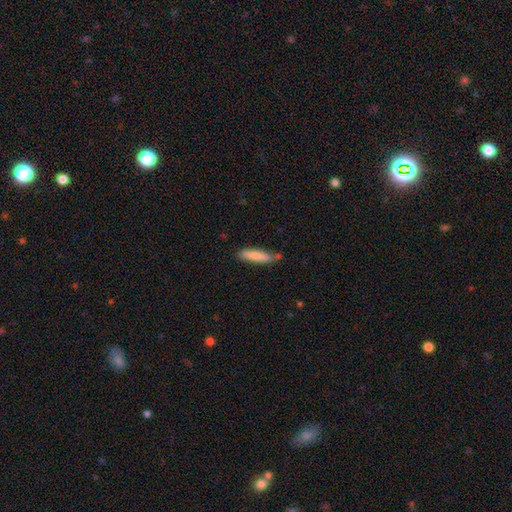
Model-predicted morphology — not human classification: Smooth or featured: smooth — 78% (featured or disk — 16%)
How rounded: cigar-shaped — 80% (in between — 19%)
Merging: none — 71% (minor disturbance — 20%)